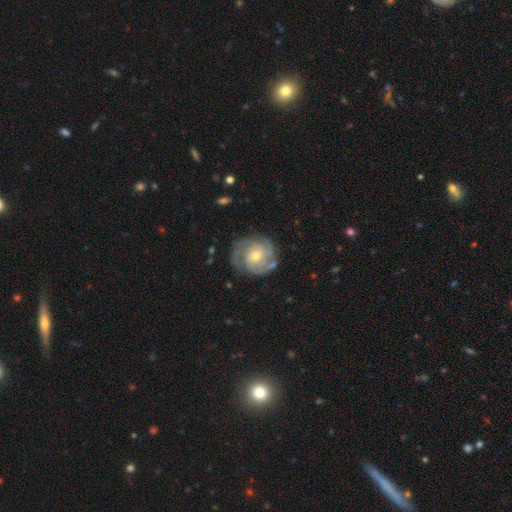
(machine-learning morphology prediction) This is clearly a featured or disk galaxy (85%). It is clearly not viewed edge-on (98%). Bar: likely no (73%). Spiral arm pattern: clearly yes (95%). Spiral arm count: marginally 3 (35%). Spiral winding: likely tight (65%). Central bulge: possibly moderate (51%). Merging: likely none (76%).